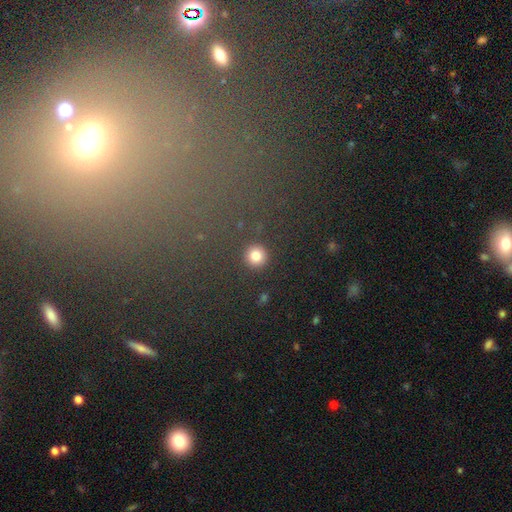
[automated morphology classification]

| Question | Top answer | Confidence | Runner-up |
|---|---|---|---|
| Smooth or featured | smooth | 82% | star or artifact (13%) |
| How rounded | round | 95% | in between (4%) |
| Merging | none | 90% | minor disturbance (5%) |